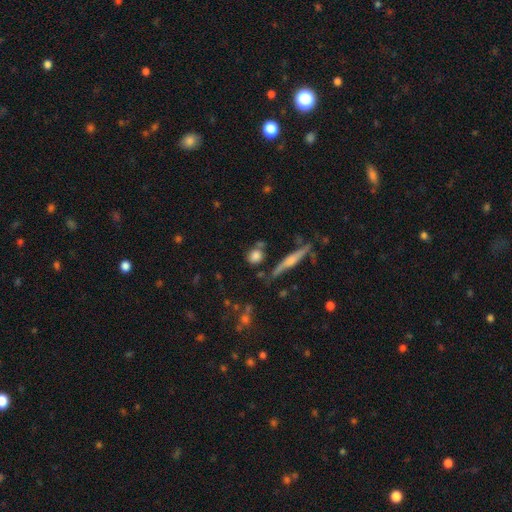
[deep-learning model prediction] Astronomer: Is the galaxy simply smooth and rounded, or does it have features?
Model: smooth — 78%.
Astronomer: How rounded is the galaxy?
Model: round — 75%.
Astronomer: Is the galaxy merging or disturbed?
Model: none — 71%.